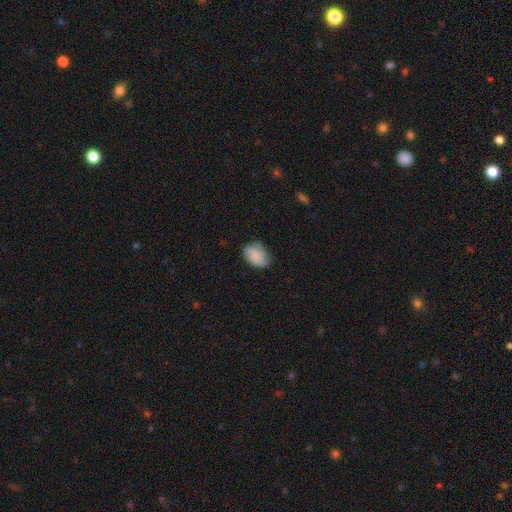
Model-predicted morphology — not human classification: Smooth or featured: smooth — 79% (featured or disk — 14%)
How rounded: in between — 76% (round — 22%)
Merging: none — 60% (minor disturbance — 31%)